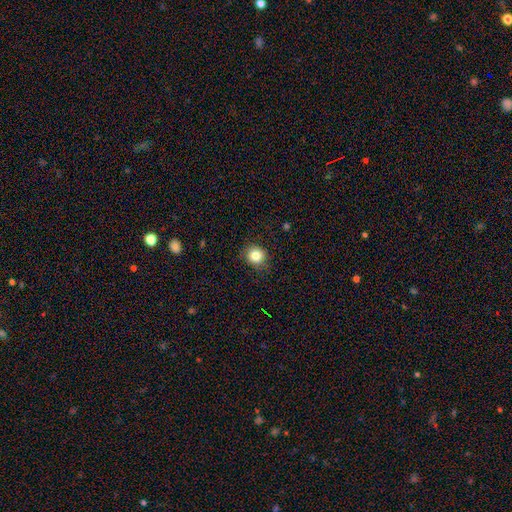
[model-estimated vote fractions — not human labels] Smooth or featured: smooth — 82% (star or artifact — 11%)
How rounded: round — 84% (in between — 15%)
Merging: none — 84% (minor disturbance — 12%)